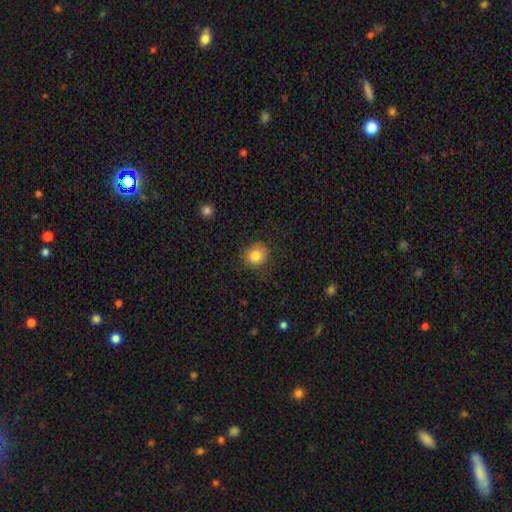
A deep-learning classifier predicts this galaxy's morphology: smooth_or_featured: smooth (p=0.83) [alt: star or artifact p=0.10]
how_rounded: round (p=0.83) [alt: in between p=0.16]
merging: none (p=0.81) [alt: minor disturbance p=0.14]